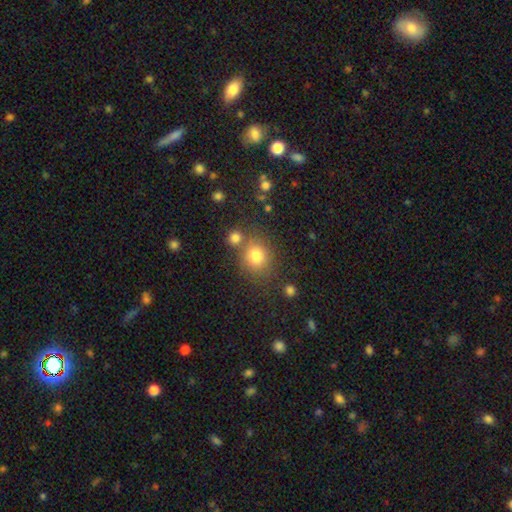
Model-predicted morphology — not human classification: A smooth galaxy with no disk features (79%) that is round (79%).

Vote fractions:
- Smooth or featured? smooth: 79% / star or artifact: 13% / featured or disk: 8%
- How rounded? round: 79% / in between: 20% / cigar-shaped: 1%
- Merging? none: 65% / merger: 19% / minor disturbance: 12% / major disturbance: 5%